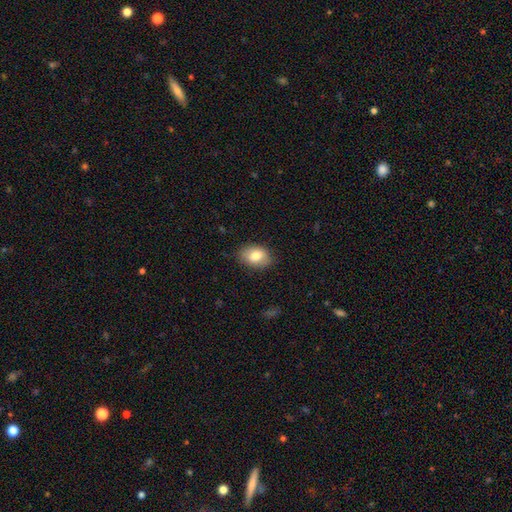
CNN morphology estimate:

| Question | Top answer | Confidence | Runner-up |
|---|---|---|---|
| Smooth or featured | smooth | 79% | featured or disk (13%) |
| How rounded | in between | 78% | round (21%) |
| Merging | none | 82% | minor disturbance (14%) |